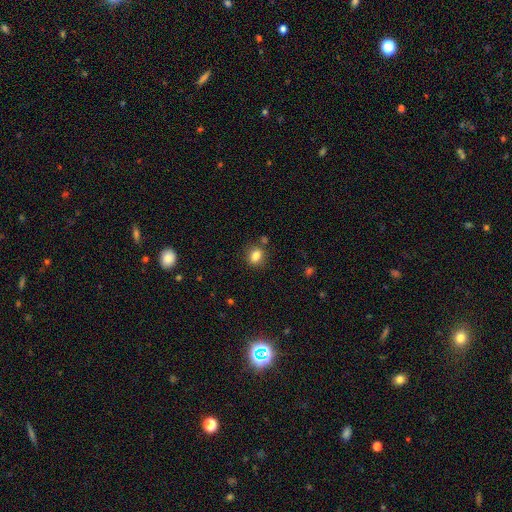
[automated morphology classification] Smooth or featured? smooth (83%)
How rounded? in between (50%)
Merging? none (79%)